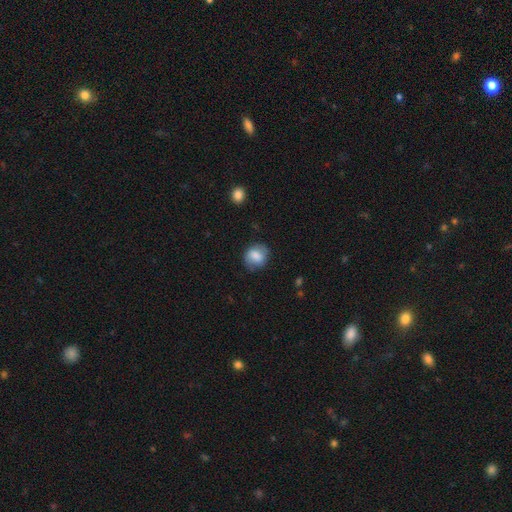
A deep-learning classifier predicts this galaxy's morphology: This appears to be a smooth galaxy with no disk features (73%) that is round (61%). Merging: none (72%).